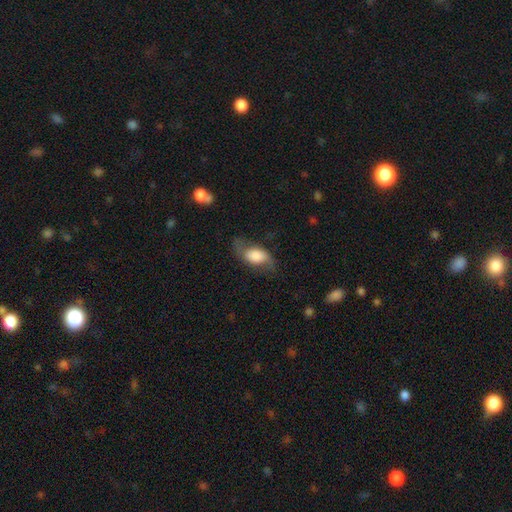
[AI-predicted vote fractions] Smooth or featured? smooth (54%)
How rounded? in between (88%)
Merging? none (58%)